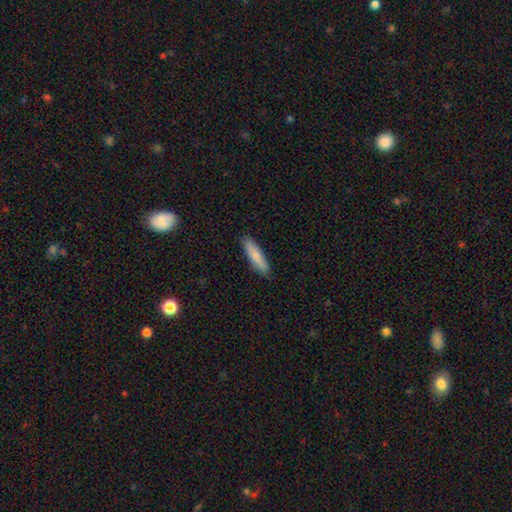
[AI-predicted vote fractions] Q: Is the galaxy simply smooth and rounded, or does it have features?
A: smooth — 84%.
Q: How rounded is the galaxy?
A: cigar-shaped — 76%.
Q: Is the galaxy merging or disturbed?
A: none — 88%.